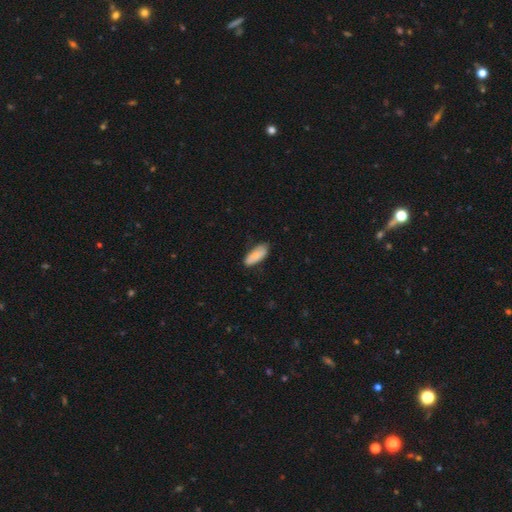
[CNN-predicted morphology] Smooth or featured? Predicted: smooth (p=0.84). How rounded? Predicted: in between (p=0.79). Merging? Predicted: none (p=0.75).